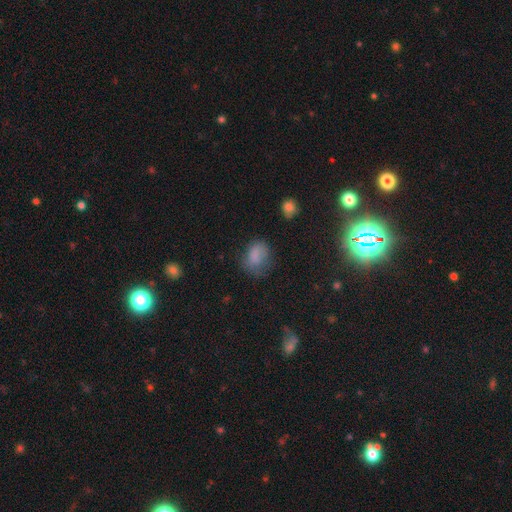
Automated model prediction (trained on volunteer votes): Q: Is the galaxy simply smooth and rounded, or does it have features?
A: smooth — 77%.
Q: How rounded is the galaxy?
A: in between — 66%.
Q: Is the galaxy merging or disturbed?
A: none — 49%.